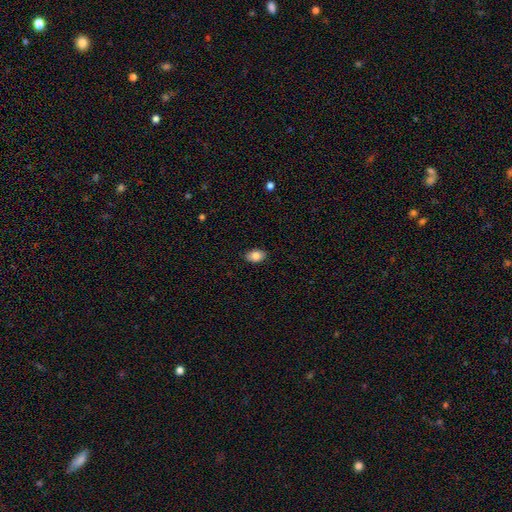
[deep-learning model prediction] Smooth or featured?
  - smooth: 84% *
  - featured or disk: 8%
  - star or artifact: 8%
How rounded?
  - in between: 87% *
  - round: 12%
  - cigar-shaped: 1%
Merging?
  - none: 87% *
  - minor disturbance: 10%
  - major disturbance: 2%
  - merger: 1%